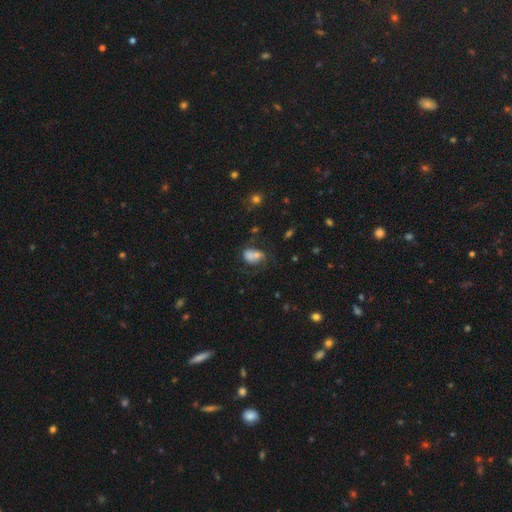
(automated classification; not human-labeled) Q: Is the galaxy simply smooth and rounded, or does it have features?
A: smooth — 62%.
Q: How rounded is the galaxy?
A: in between — 75%.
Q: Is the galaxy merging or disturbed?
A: none — 37%.